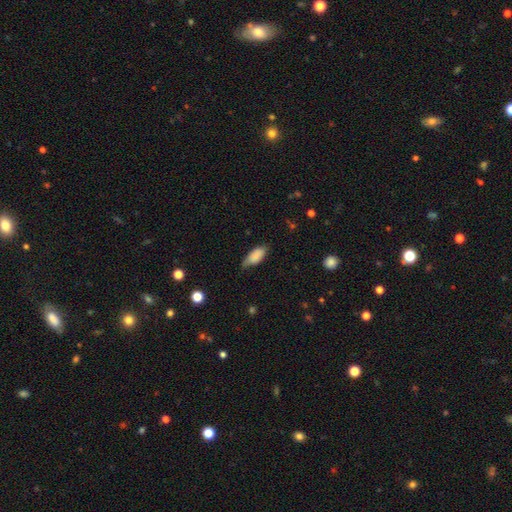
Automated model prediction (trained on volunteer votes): This is clearly a smooth galaxy (84%). How rounded: clearly in between (86%). Merging: possibly none (56%).